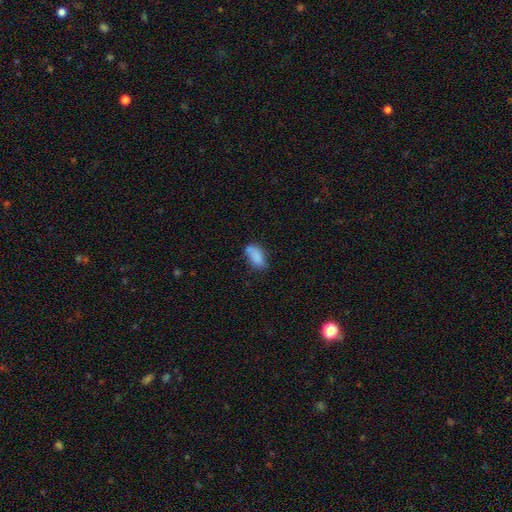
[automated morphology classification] A smooth galaxy with no disk features (83%) that is in between round and cigar-shaped (90%).

Vote fractions:
- Smooth or featured? smooth: 83% / star or artifact: 9% / featured or disk: 8%
- How rounded? in between: 90% / cigar-shaped: 6% / round: 4%
- Merging? none: 55% / minor disturbance: 29% / major disturbance: 9% / merger: 8%